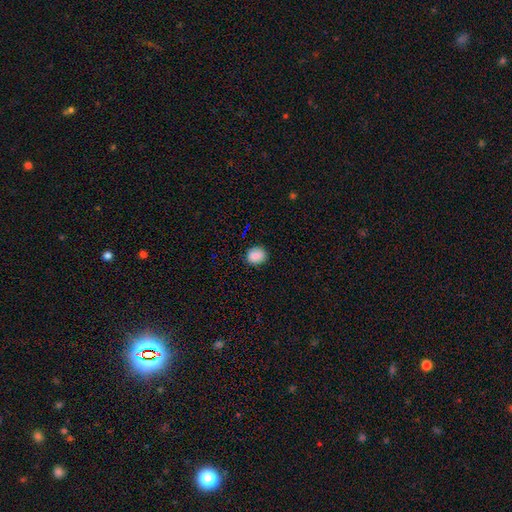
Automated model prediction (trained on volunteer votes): smooth_or_featured: smooth (p=0.88) [alt: star or artifact p=0.09]
how_rounded: round (p=0.69) [alt: in between p=0.30]
merging: none (p=0.86) [alt: minor disturbance p=0.11]